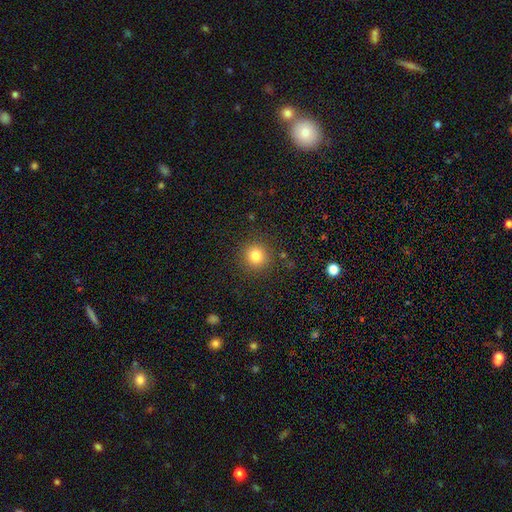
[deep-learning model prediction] Smooth or featured? smooth (81%)
How rounded? round (94%)
Merging? none (89%)